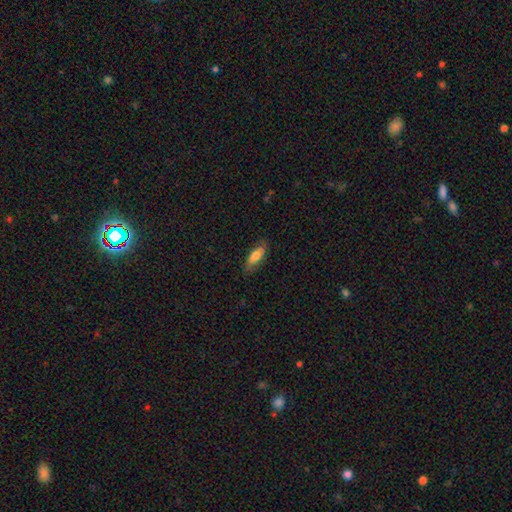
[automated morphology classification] The model was most divided on "how rounded": in between: 69%, cigar-shaped: 28%, round: 2%. More confident: merging — none (78%); smooth or featured — smooth (70%).